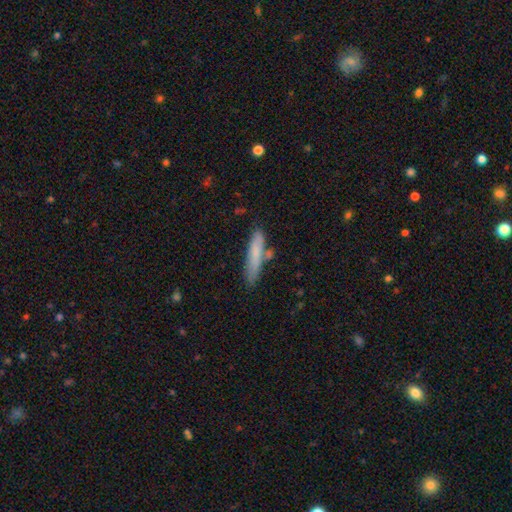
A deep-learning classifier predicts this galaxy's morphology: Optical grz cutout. It shows a smooth galaxy with no disk features (76%) that is cigar-shaped (85%). Merging: none (70%).